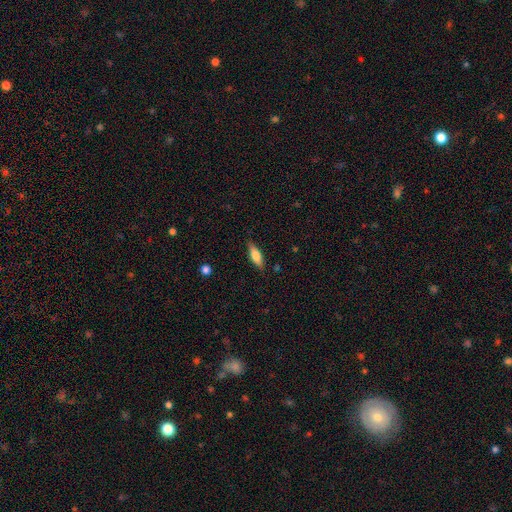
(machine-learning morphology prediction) This is likely a smooth galaxy (70%). How rounded: possibly in between (55%). Merging: clearly none (85%).